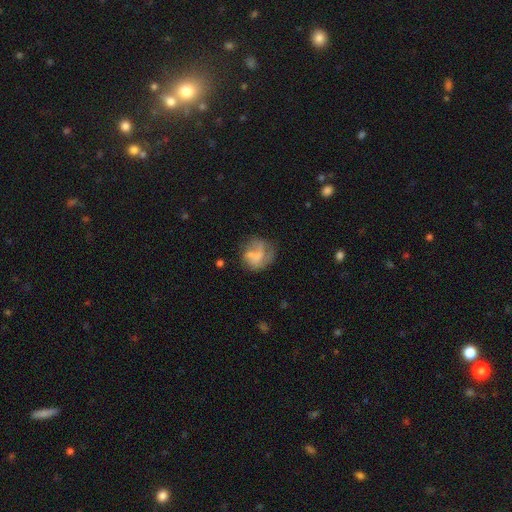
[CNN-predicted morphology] Q: Smooth or featured?
A: smooth (47%); runner-up: featured or disk (43%)
Q: Merging?
A: none (46%); runner-up: major disturbance (25%)